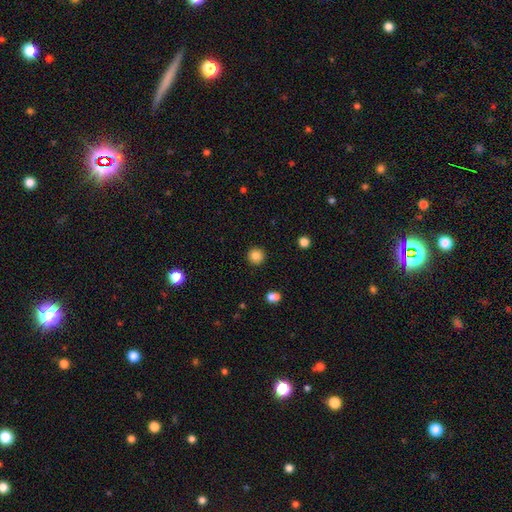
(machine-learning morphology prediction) Smooth or featured: smooth — 85% (star or artifact — 11%)
How rounded: round — 95% (in between — 4%)
Merging: none — 92% (minor disturbance — 5%)